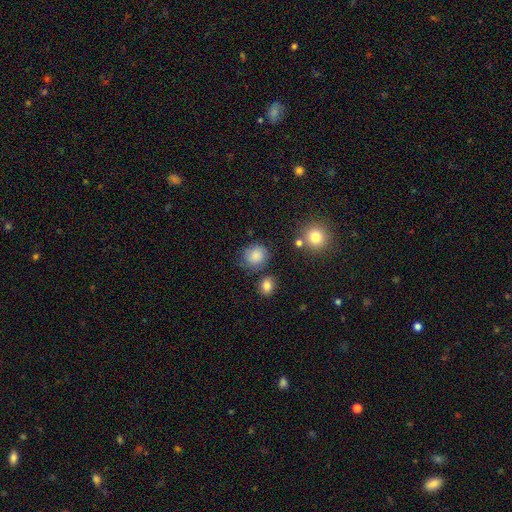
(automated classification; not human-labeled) smooth_or_featured: smooth (p=0.81) [alt: star or artifact p=0.10]
how_rounded: round (p=0.79) [alt: in between p=0.20]
merging: none (p=0.71) [alt: minor disturbance p=0.19]